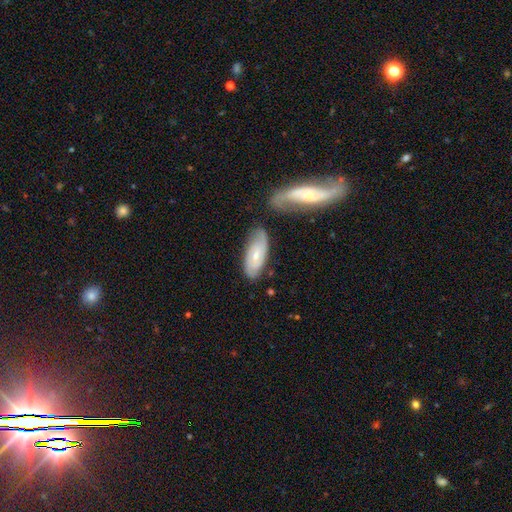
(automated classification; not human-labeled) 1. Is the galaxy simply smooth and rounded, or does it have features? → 61% featured or disk, 32% smooth, 6% star or artifact.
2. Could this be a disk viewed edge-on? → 90% no, 10% yes.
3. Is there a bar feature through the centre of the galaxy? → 62% no, 31% weak, 7% strong.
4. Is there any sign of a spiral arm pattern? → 86% yes, 14% no.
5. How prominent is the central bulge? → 63% small, 33% moderate, 2% none, 1% large, 1% dominant.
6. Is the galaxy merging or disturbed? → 62% none, 20% minor disturbance, 11% merger, 6% major disturbance.